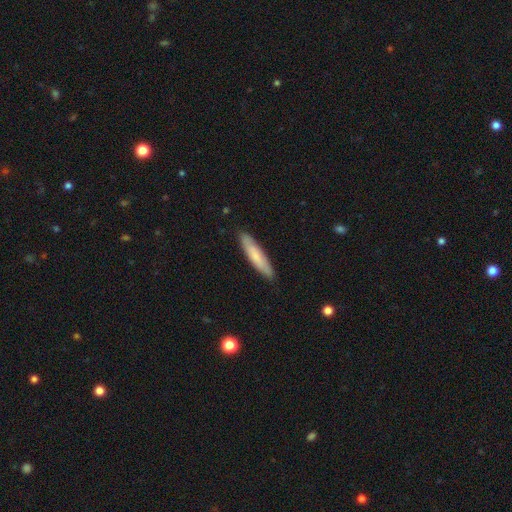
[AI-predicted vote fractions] A smooth galaxy with no disk features (72%) that is cigar-shaped (85%). Merging: none (88%).